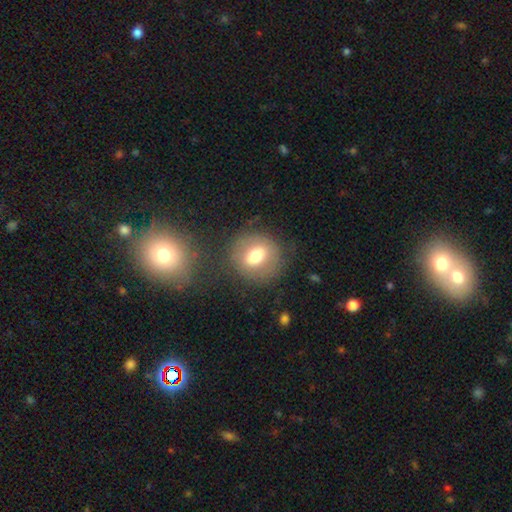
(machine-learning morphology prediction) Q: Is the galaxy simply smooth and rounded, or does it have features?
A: smooth — 62%.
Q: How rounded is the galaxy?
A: round — 75%.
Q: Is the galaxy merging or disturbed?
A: none — 80%.